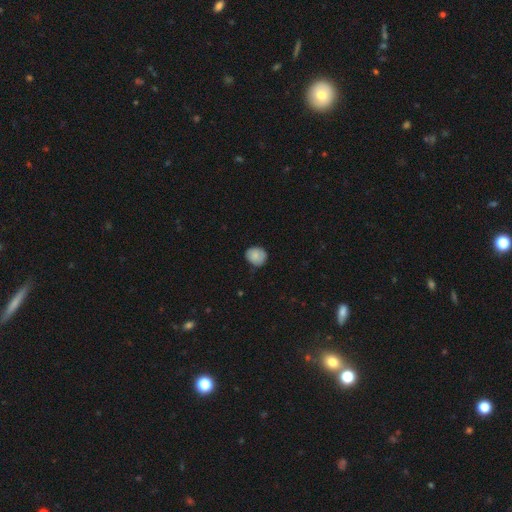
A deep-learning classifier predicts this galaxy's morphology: Q: Smooth or featured?
A: smooth (83%); runner-up: featured or disk (9%)
Q: How rounded?
A: round (77%); runner-up: in between (22%)
Q: Merging?
A: none (75%); runner-up: minor disturbance (21%)